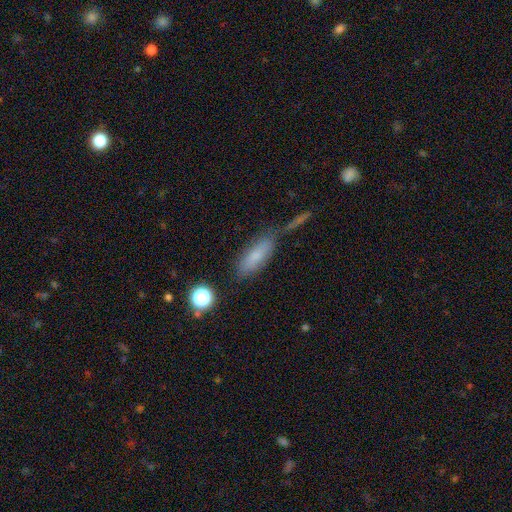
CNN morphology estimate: type=smooth (75%); roundness=in between (61%); merging=none (57%).